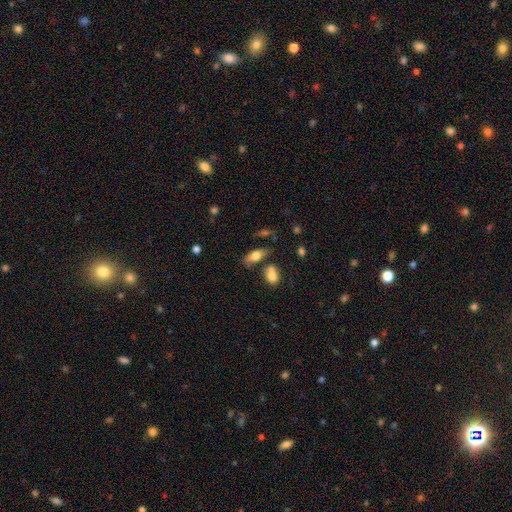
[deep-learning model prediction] Smooth or featured? Predicted: smooth (p=0.66). How rounded? Predicted: in between (p=0.79). Merging? Predicted: none (p=0.59).